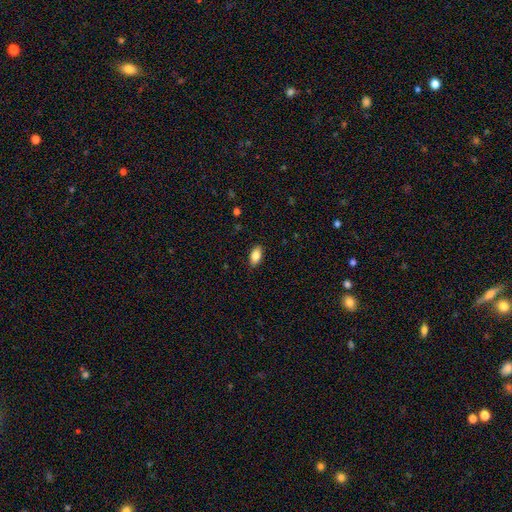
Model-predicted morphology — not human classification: A smooth galaxy with no disk features (82%) that is in between round and cigar-shaped (90%). Merging: none (87%).